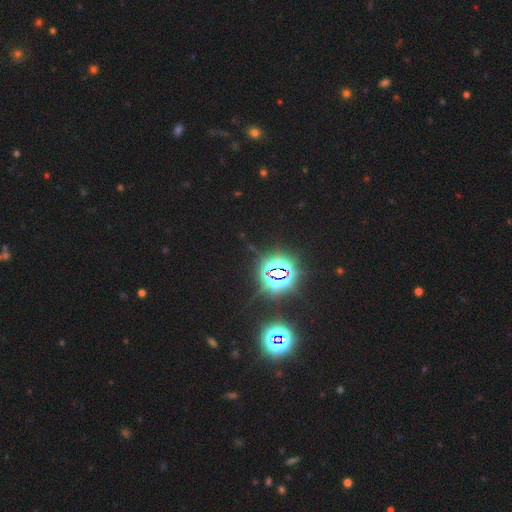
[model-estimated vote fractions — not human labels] This is clearly a star or artifact rather than a galaxy (83%).